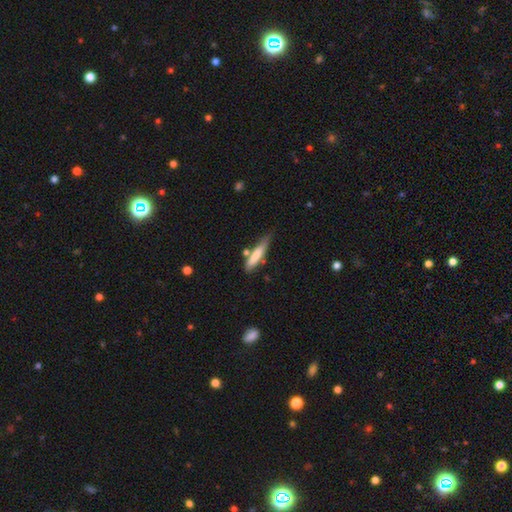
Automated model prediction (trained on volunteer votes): Smooth or featured: smooth — 75% (featured or disk — 19%)
How rounded: cigar-shaped — 82% (in between — 16%)
Merging: none — 56% (minor disturbance — 27%)